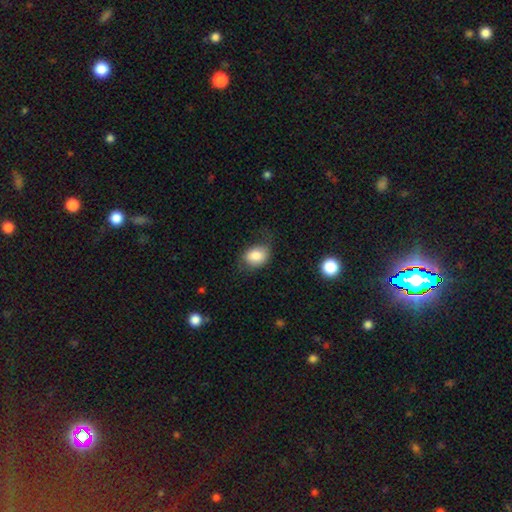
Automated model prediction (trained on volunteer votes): Q: Smooth or featured?
A: smooth (81%); runner-up: featured or disk (11%)
Q: How rounded?
A: in between (62%); runner-up: round (37%)
Q: Merging?
A: none (60%); runner-up: minor disturbance (27%)